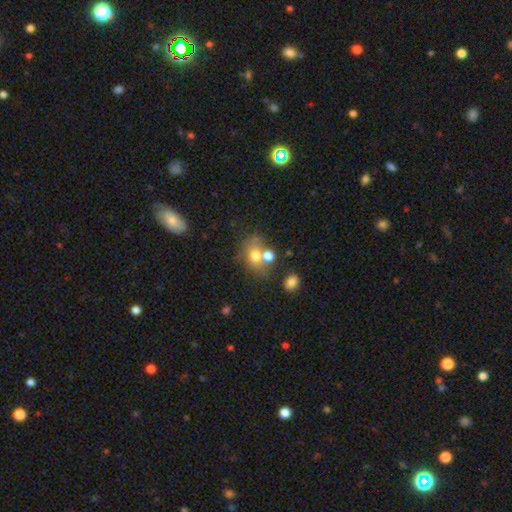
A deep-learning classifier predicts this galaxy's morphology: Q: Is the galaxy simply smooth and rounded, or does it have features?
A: smooth — 69%.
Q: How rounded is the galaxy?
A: round — 54%.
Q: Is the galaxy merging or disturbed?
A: none — 40%.